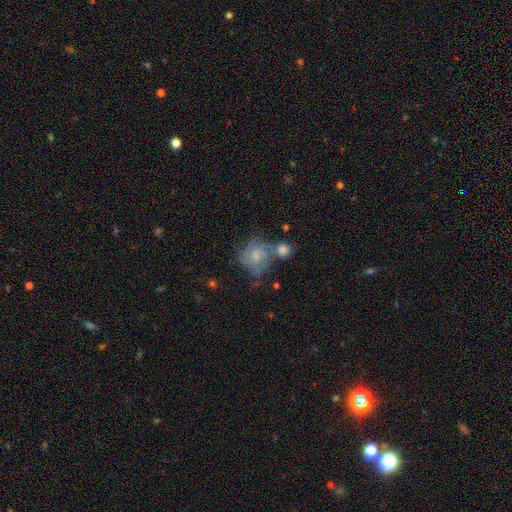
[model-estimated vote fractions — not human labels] Smooth or featured? Predicted: featured or disk (p=0.47). Merging? Predicted: none (p=0.33).